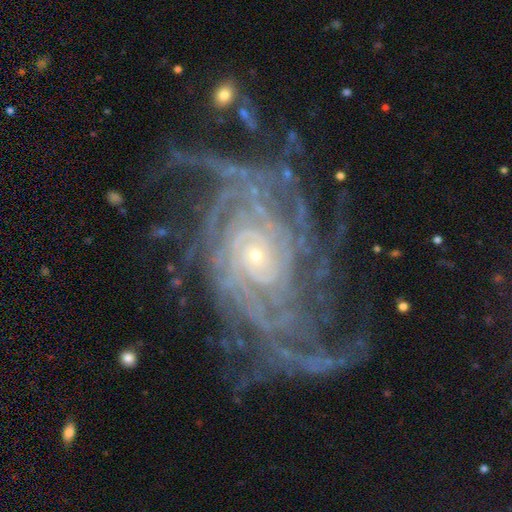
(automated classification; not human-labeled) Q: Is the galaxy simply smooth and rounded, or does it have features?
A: featured or disk — 91%.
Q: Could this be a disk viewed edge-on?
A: no — 97%.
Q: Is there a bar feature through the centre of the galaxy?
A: no — 70%.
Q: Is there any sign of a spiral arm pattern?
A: yes — 98%.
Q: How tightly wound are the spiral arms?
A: tight — 60%.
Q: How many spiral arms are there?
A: more than 4 — 26%.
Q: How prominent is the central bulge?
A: small — 82%.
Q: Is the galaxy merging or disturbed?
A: none — 64%.